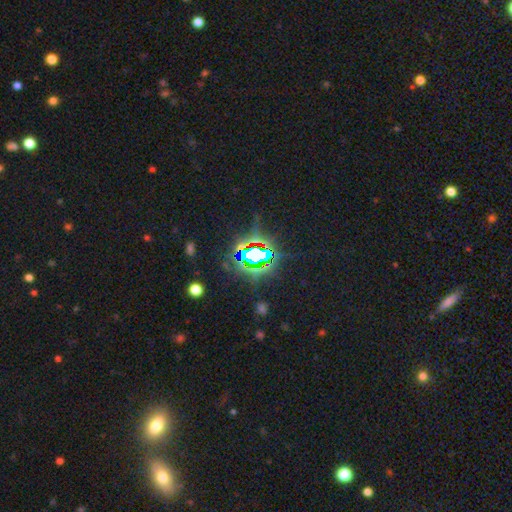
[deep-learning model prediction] star or artifact 75%, featured or disk 12%, smooth 12%.